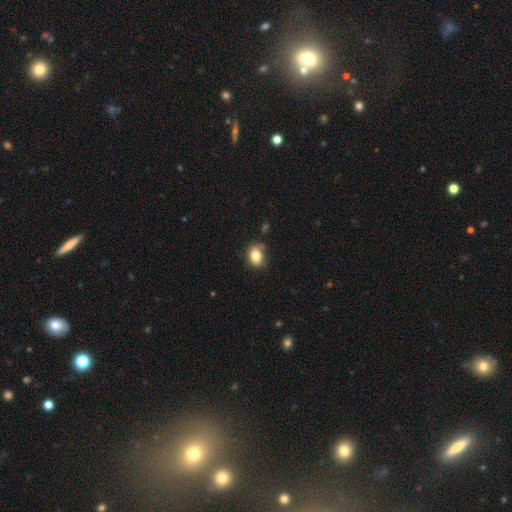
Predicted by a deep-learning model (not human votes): smooth-or-featured: smooth: 81% | featured or disk: 10% | star or artifact: 10%
  how-rounded: in between: 54% | round: 45% | cigar-shaped: 1%
  merging: none: 65% | minor disturbance: 25% | major disturbance: 6% | merger: 4%